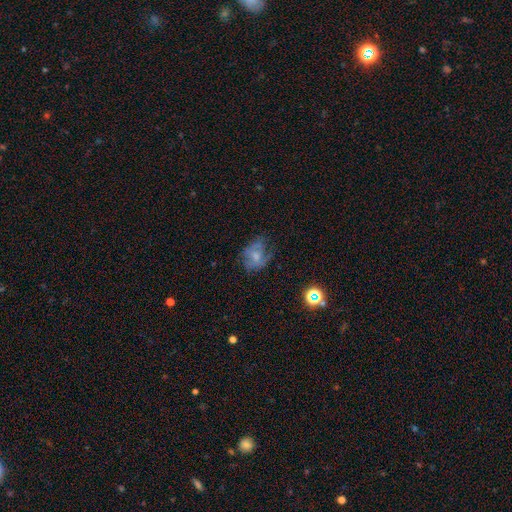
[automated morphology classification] The model was most divided on "smooth or featured": smooth: 44%, featured or disk: 43%, star or artifact: 13%. Remaining: merging — none (49%).